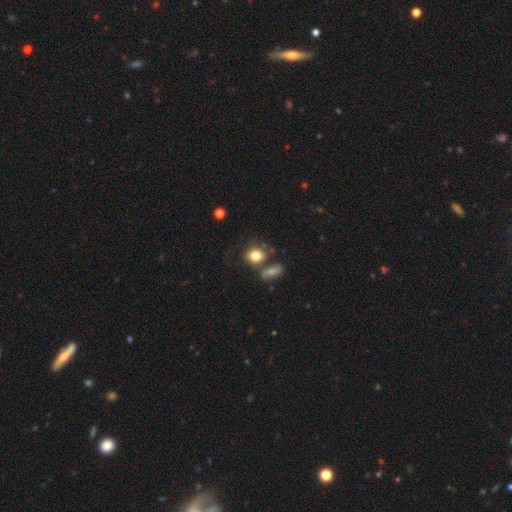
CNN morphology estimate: Smooth or featured? Predicted: smooth (p=0.80). How rounded? Predicted: round (p=0.63). Merging? Predicted: none (p=0.58).